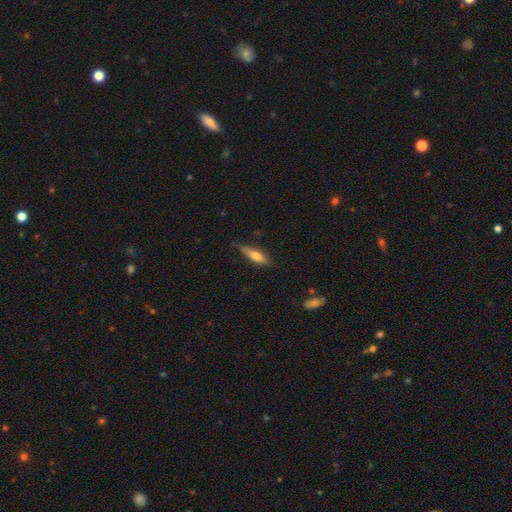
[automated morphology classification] The model was most divided on "how rounded": cigar-shaped: 61%, in between: 37%, round: 2%. More confident: merging — none (68%); smooth or featured — smooth (63%).